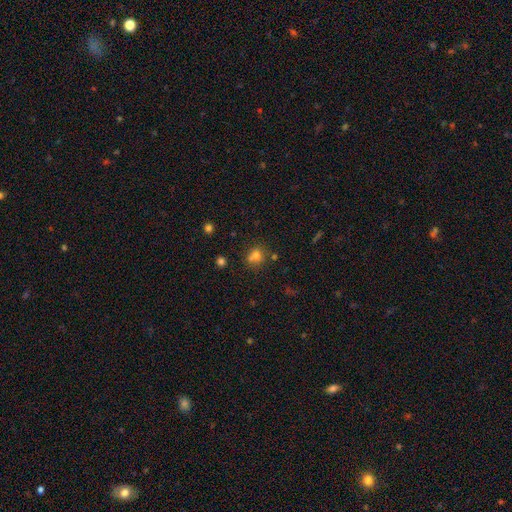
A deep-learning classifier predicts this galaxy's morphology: Overall: smooth (70%). How rounded: round (77%). Merging: none (56%; merger 27%).